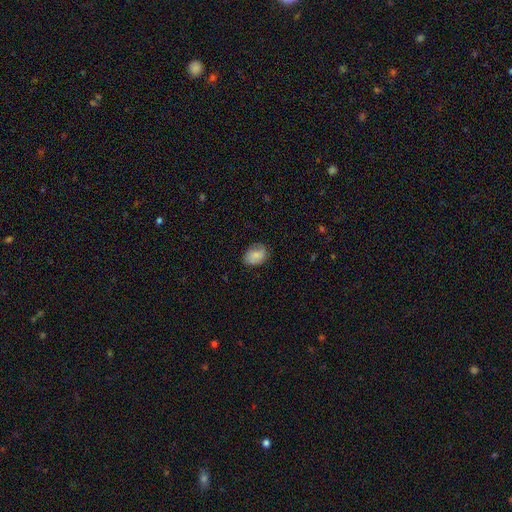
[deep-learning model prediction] Smooth or featured?
  - smooth: 80% *
  - featured or disk: 12%
  - star or artifact: 7%
How rounded?
  - in between: 76% *
  - round: 23%
  - cigar-shaped: 1%
Merging?
  - none: 77% *
  - minor disturbance: 18%
  - major disturbance: 4%
  - merger: 1%